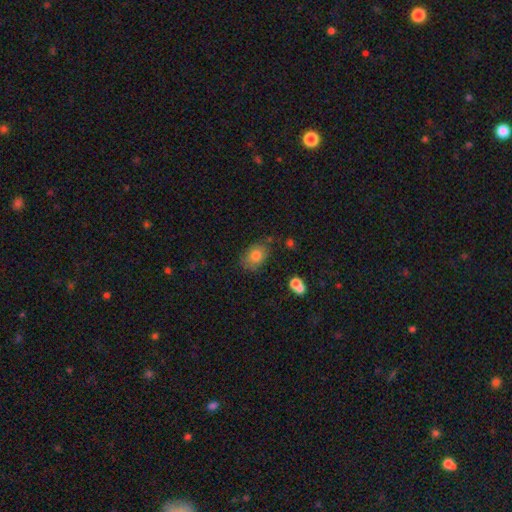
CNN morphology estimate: The model was most divided on "merging": none: 71%, minor disturbance: 20%, major disturbance: 5%, merger: 4%. More confident: smooth or featured — smooth (80%); how rounded — in between (75%).